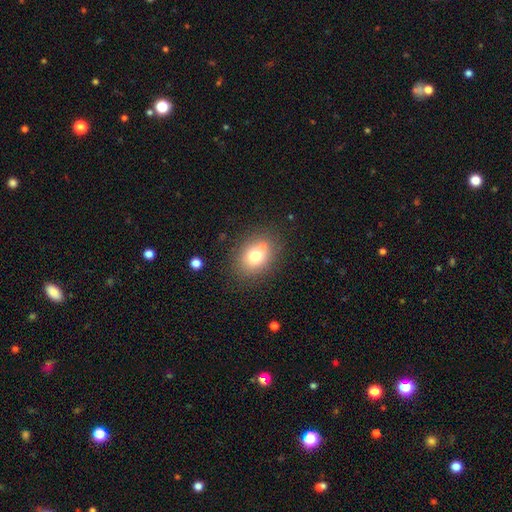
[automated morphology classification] Overall: smooth (73%). How rounded: in between (53%; round 46%). Merging: none (70%).